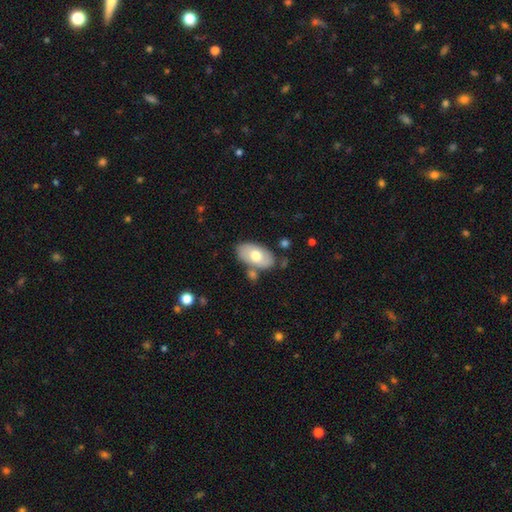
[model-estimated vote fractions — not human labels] smooth-or-featured: smooth: 65% | featured or disk: 30% | star or artifact: 6%
  how-rounded: in between: 94% | round: 5% | cigar-shaped: 2%
  merging: none: 73% | minor disturbance: 15% | merger: 9% | major disturbance: 4%